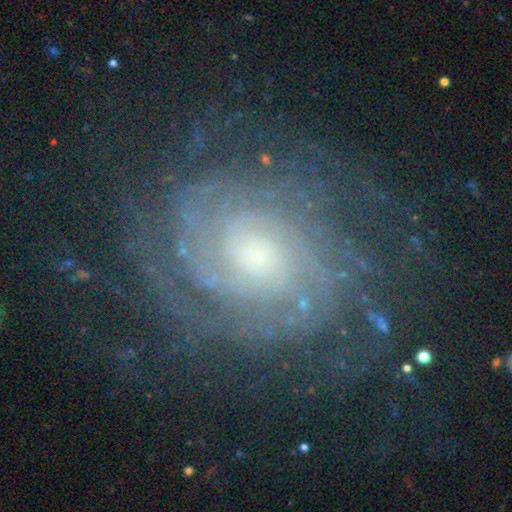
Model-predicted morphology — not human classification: smooth_or_featured: featured or disk (p=0.87) [alt: star or artifact p=0.08]
disk_edge_on: no (p=0.97) [alt: yes p=0.03]
bar: no (p=0.70) [alt: weak p=0.23]
has_spiral_arms: yes (p=0.98) [alt: no p=0.02]
spiral_winding: tight (p=0.75) [alt: medium p=0.21]
spiral_arm_count: can't tell (p=0.28) [alt: 2 p=0.21]
bulge_size: moderate (p=0.43) [alt: small p=0.37]
merging: none (p=0.77) [alt: minor disturbance p=0.13]